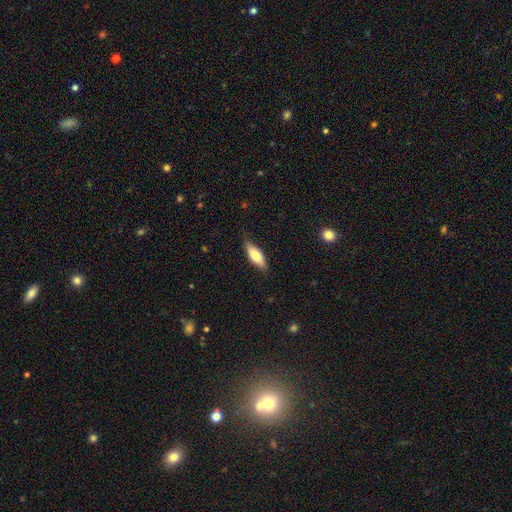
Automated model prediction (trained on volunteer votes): smooth_or_featured: smooth (p=0.69) [alt: featured or disk p=0.25]
how_rounded: in between (p=0.68) [alt: cigar-shaped p=0.30]
merging: none (p=0.76) [alt: minor disturbance p=0.19]